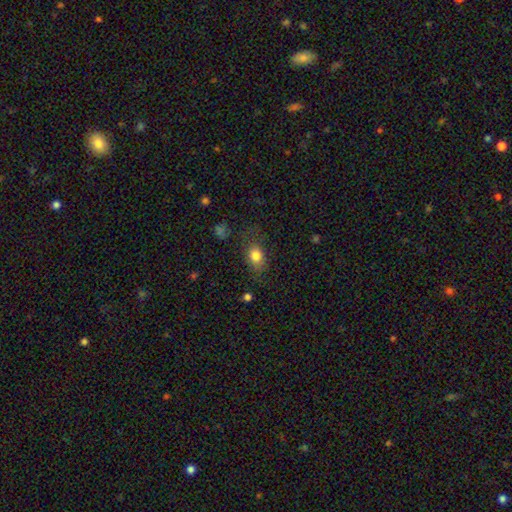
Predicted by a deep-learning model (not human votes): smooth-or-featured: smooth: 82% | star or artifact: 10% | featured or disk: 9%
  how-rounded: in between: 70% | round: 28% | cigar-shaped: 2%
  merging: none: 70% | minor disturbance: 19% | major disturbance: 9% | merger: 2%